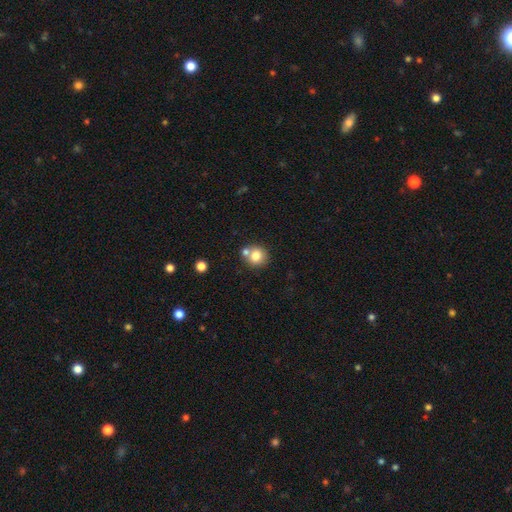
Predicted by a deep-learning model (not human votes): This appears to be a smooth galaxy with no disk features (78%) that is round (87%). Merging: none (62%).